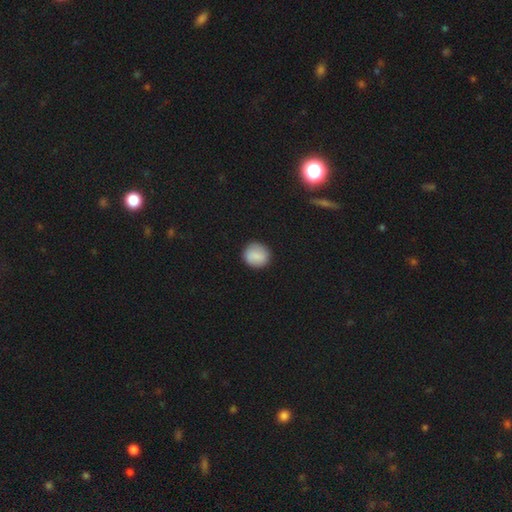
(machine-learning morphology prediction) Smooth or featured?
  - smooth: 85% *
  - star or artifact: 7%
  - featured or disk: 7%
How rounded?
  - round: 91% *
  - in between: 8%
  - cigar-shaped: 1%
Merging?
  - none: 90% *
  - minor disturbance: 7%
  - major disturbance: 2%
  - merger: 1%